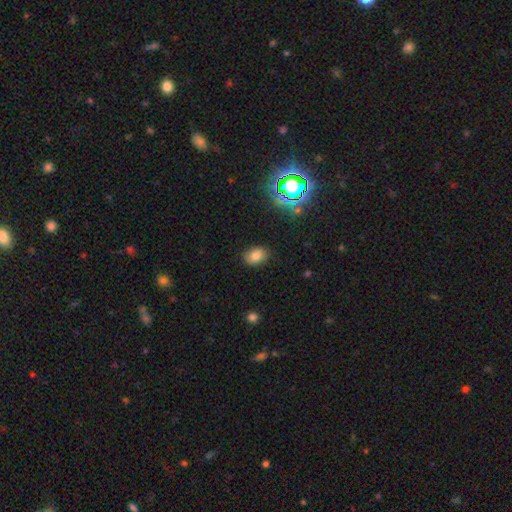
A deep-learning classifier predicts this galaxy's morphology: The model was most divided on "how rounded": in between: 72%, round: 27%, cigar-shaped: 1%. More confident: merging — none (82%); smooth or featured — smooth (76%).